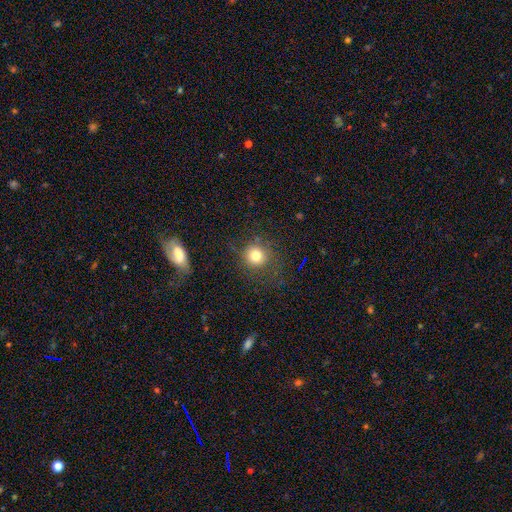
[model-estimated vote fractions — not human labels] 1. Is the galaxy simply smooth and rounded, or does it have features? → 78% smooth, 13% star or artifact, 8% featured or disk.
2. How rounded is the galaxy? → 91% round, 8% in between, 1% cigar-shaped.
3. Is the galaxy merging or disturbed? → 78% none, 12% minor disturbance, 7% major disturbance, 2% merger.